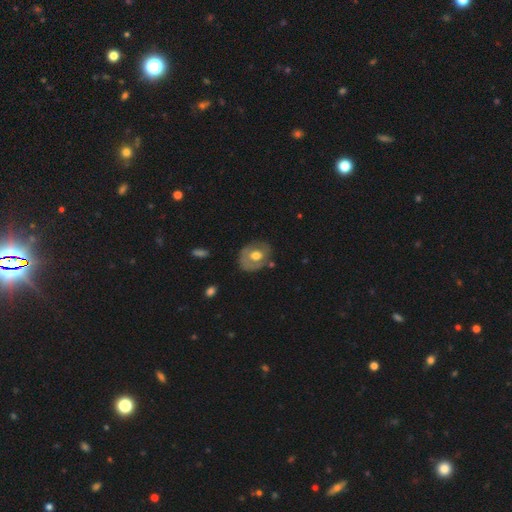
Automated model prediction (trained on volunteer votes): Smooth or featured: featured or disk — 48% (smooth — 45%)
Merging: none — 69% (minor disturbance — 21%)